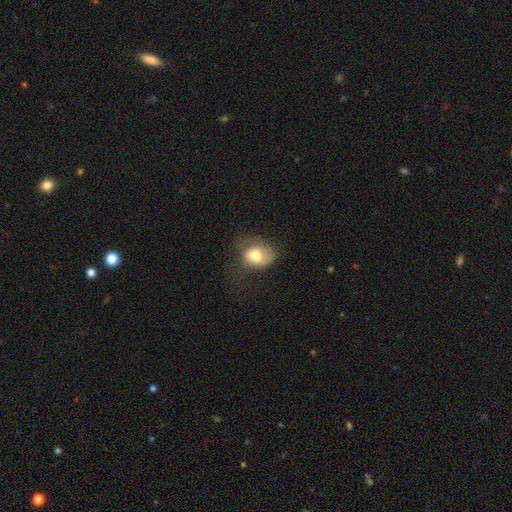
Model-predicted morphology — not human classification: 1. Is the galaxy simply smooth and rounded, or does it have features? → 72% smooth, 19% featured or disk, 9% star or artifact.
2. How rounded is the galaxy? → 55% in between, 44% round, 1% cigar-shaped.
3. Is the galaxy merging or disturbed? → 43% none, 32% minor disturbance, 23% major disturbance, 2% merger.